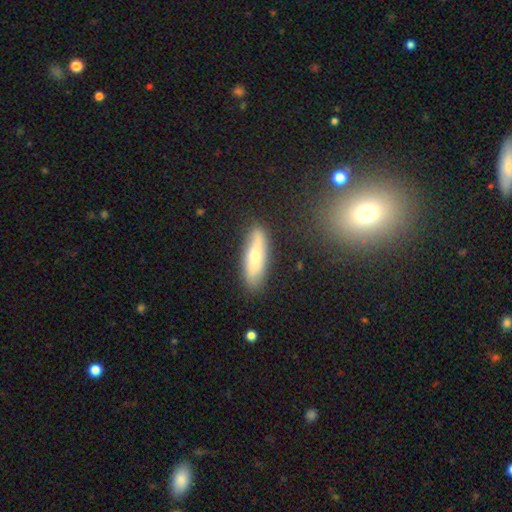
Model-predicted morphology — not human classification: smooth-or-featured: smooth: 57% | featured or disk: 37% | star or artifact: 6%
  how-rounded: cigar-shaped: 60% | in between: 38% | round: 2%
  merging: none: 85% | minor disturbance: 11% | major disturbance: 3% | merger: 2%